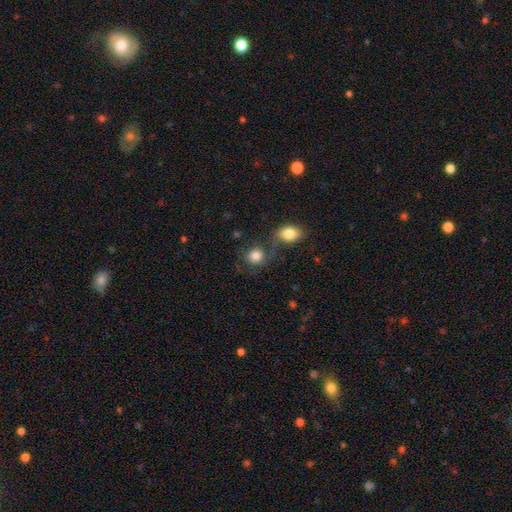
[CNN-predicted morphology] A smooth galaxy with no disk features (84%) that is round (78%).

Vote fractions:
- Smooth or featured? smooth: 84% / star or artifact: 9% / featured or disk: 7%
- How rounded? round: 78% / in between: 21% / cigar-shaped: 1%
- Merging? none: 55% / merger: 24% / minor disturbance: 13% / major disturbance: 7%